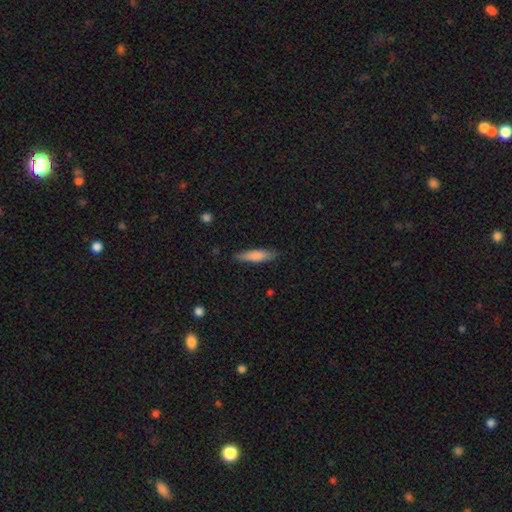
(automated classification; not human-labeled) smooth_or_featured: smooth (p=0.79) [alt: featured or disk p=0.16]
how_rounded: cigar-shaped (p=0.74) [alt: in between p=0.25]
merging: none (p=0.85) [alt: minor disturbance p=0.12]